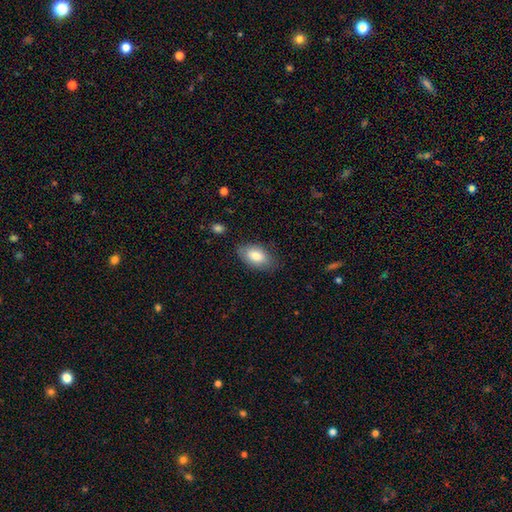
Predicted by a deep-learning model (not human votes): Overall: smooth (82%). How rounded: in between (93%). Merging: none (80%).